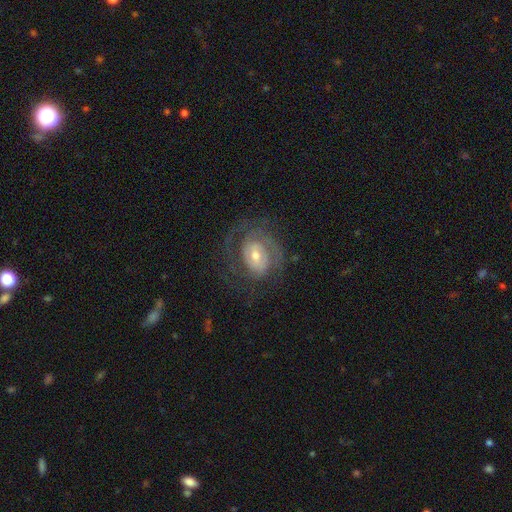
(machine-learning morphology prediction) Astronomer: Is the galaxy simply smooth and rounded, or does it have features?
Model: featured or disk — 82%.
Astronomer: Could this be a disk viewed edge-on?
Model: no — 97%.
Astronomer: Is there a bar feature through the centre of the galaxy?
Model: no — 46% (runner-up: weak, 42%).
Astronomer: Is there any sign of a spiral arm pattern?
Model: yes — 91%.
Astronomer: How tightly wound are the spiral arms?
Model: tight — 54% (runner-up: medium, 34%).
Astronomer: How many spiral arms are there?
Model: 2 — 49% (runner-up: can't tell, 25%).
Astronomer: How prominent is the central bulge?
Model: moderate — 57% (runner-up: small, 36%).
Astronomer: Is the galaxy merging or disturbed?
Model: none — 66%.